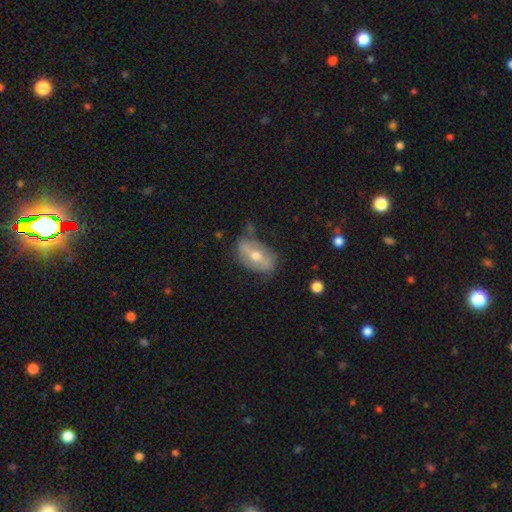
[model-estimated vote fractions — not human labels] smooth_or_featured: featured or disk (p=0.52) [alt: smooth p=0.41]
disk_edge_on: no (p=0.87) [alt: yes p=0.13]
merging: none (p=0.62) [alt: minor disturbance p=0.26]